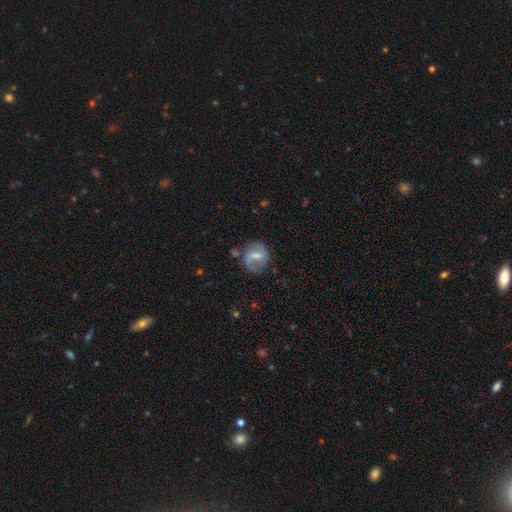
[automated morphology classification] type=featured or disk (76%); edge-on=no (97%); bar=weak (52%); spiral arms=yes (91%); winding=medium (49%); arm count=2 (83%); bulge=moderate (48%); merging=none (74%).